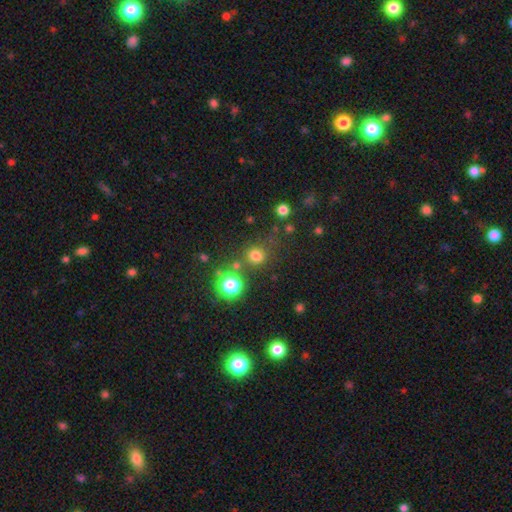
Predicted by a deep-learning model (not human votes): Overall: smooth (73%). How rounded: round (89%). Merging: none (76%).